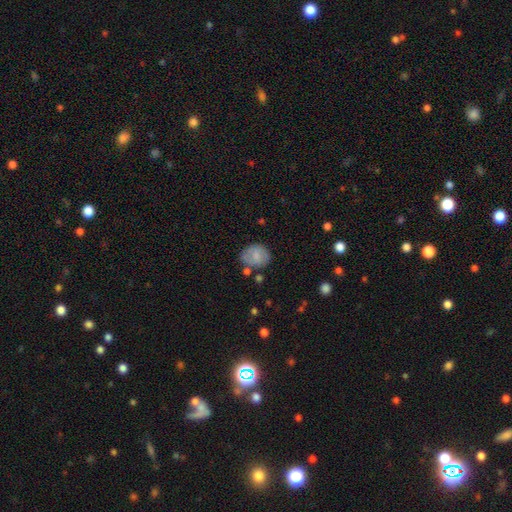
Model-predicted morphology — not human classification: smooth-or-featured: smooth: 70% | featured or disk: 22% | star or artifact: 8%
  how-rounded: round: 58% | in between: 41% | cigar-shaped: 1%
  merging: none: 64% | minor disturbance: 22% | merger: 7% | major disturbance: 7%